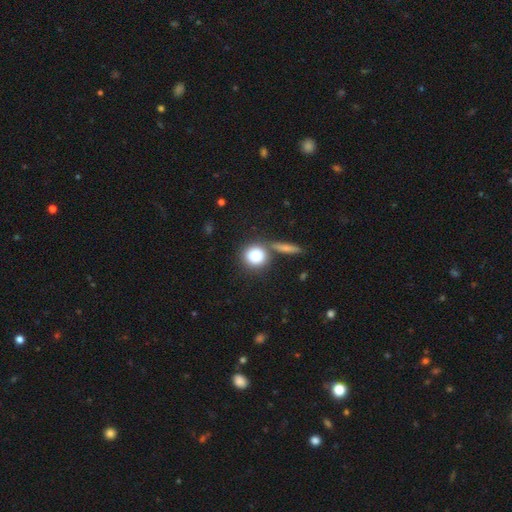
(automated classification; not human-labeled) smooth_or_featured: smooth (p=0.82) [alt: featured or disk p=0.10]
how_rounded: round (p=0.85) [alt: in between p=0.13]
merging: none (p=0.66) [alt: merger p=0.19]